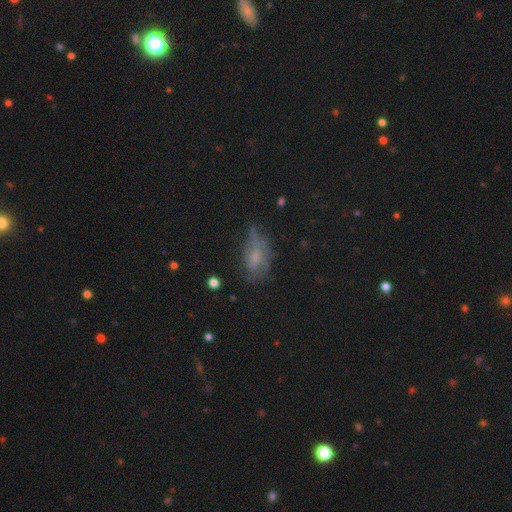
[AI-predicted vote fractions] Morphology: type=smooth (49%); merging=none (46%).